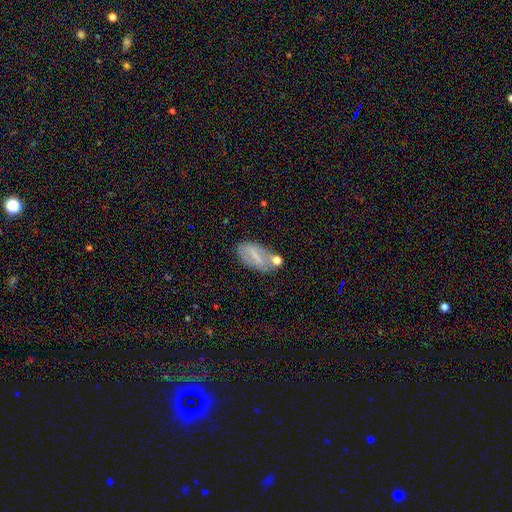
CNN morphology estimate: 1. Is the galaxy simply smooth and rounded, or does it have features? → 45% smooth (tied), 45% featured or disk (tied), 10% star or artifact.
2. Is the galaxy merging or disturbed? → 61% none, 21% minor disturbance, 10% merger, 8% major disturbance.